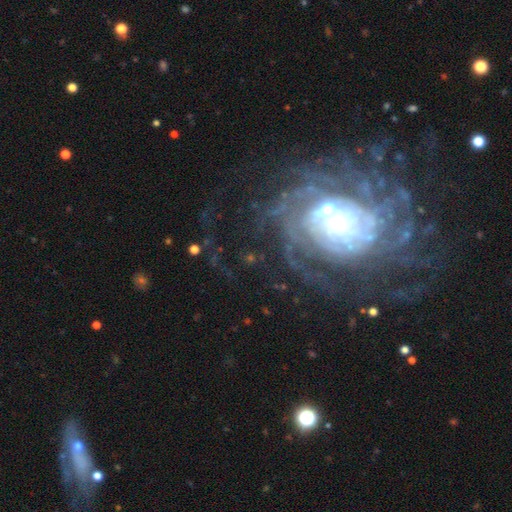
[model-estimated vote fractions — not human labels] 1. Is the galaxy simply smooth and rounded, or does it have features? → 81% featured or disk, 12% star or artifact, 7% smooth.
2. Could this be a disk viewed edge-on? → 97% no, 3% yes.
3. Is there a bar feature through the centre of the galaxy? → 62% no, 26% weak, 12% strong.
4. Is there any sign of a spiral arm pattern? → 93% yes, 7% no.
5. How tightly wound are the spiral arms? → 74% tight, 20% medium, 7% loose.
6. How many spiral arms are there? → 34% can't tell, 22% more than 4, 13% 4, 11% 3, 11% 2, 9% 1.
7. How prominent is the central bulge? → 45% small, 35% moderate, 14% large, 4% none, 3% dominant.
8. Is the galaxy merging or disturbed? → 70% none, 14% minor disturbance, 12% major disturbance, 3% merger.